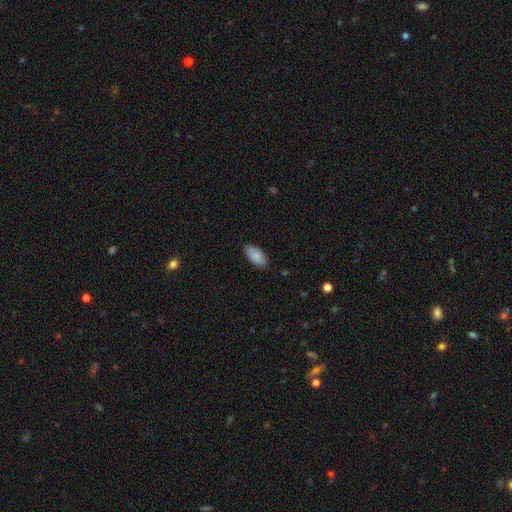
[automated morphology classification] Overall: smooth (87%). How rounded: in between (94%). Merging: none (85%).